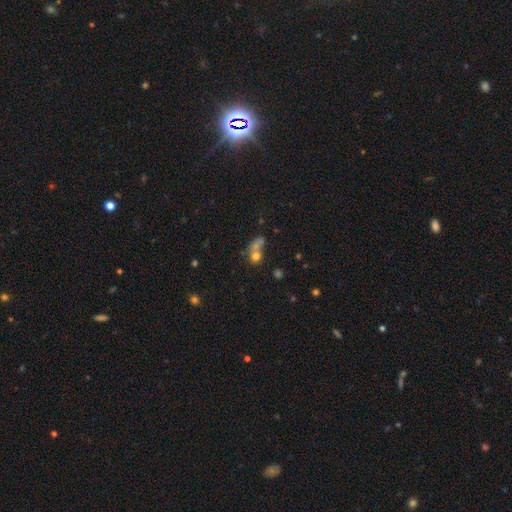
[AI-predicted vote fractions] Smooth or featured? Predicted: smooth (p=0.61). How rounded? Predicted: round (p=0.69). Merging? Predicted: merger (p=0.51).